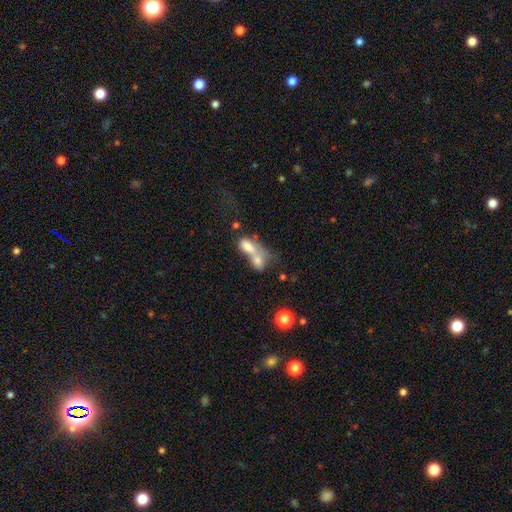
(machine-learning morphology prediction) Overall: smooth (66%). How rounded: in between (72%). Merging: merger (77%).